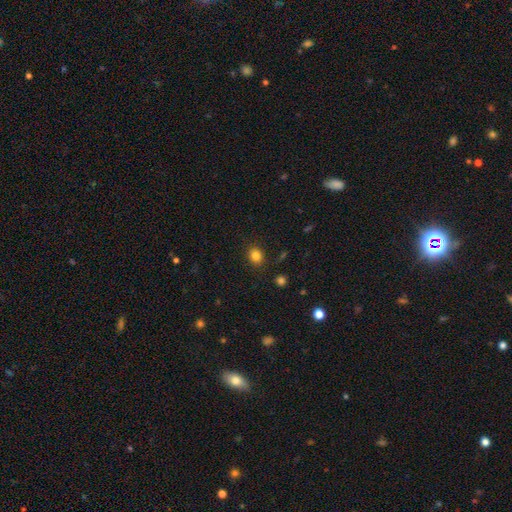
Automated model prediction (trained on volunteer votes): Overall: smooth (83%). How rounded: round (58%; in between 41%). Merging: none (86%).